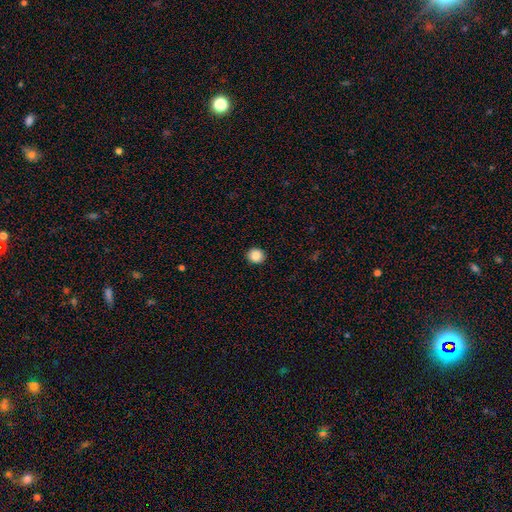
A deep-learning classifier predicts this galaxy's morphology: smooth_or_featured: smooth (p=0.87) [alt: star or artifact p=0.09]
how_rounded: round (p=0.85) [alt: in between p=0.14]
merging: none (p=0.92) [alt: minor disturbance p=0.05]